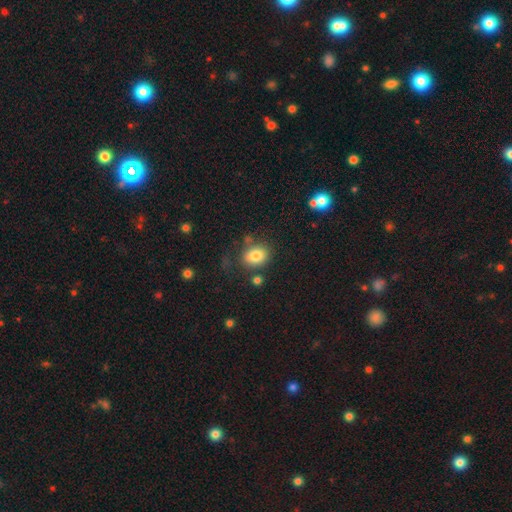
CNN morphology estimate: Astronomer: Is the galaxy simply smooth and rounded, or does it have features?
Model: smooth — 81%.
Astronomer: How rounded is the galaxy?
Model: round — 50% (runner-up: in between, 49%).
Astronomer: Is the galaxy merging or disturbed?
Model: none — 72%.